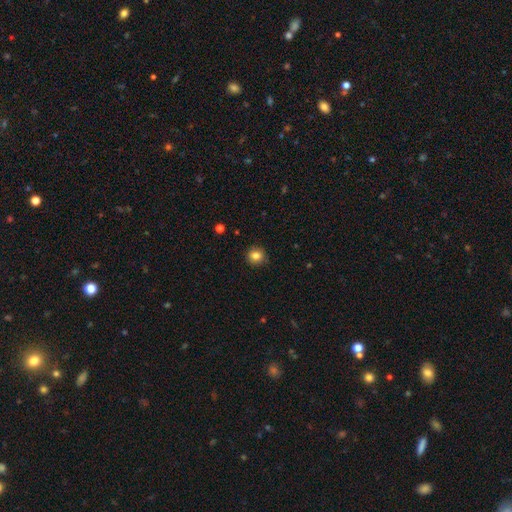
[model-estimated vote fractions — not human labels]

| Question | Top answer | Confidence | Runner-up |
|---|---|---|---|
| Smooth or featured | smooth | 83% | star or artifact (11%) |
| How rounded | round | 90% | in between (9%) |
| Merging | none | 89% | minor disturbance (8%) |